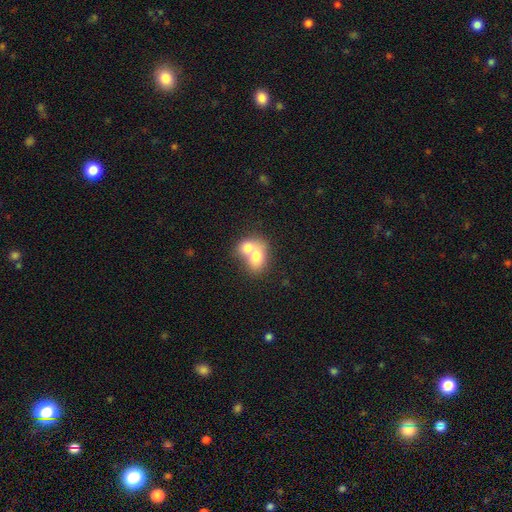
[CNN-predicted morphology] Overall: smooth (71%). How rounded: in between (63%; round 36%). Merging: merger (75%).